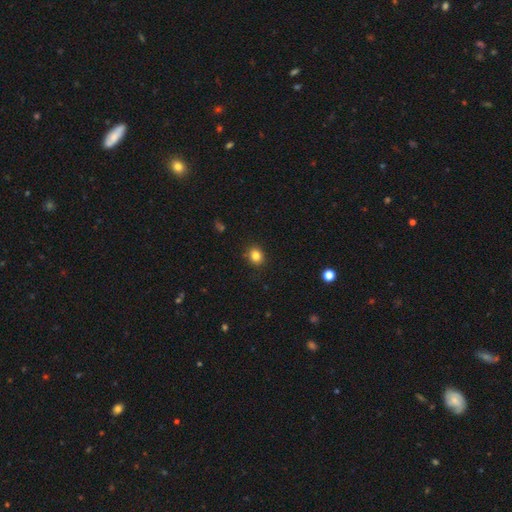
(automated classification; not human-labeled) Smooth or featured? Predicted: smooth (p=0.83). How rounded? Predicted: round (p=0.73). Merging? Predicted: none (p=0.88).